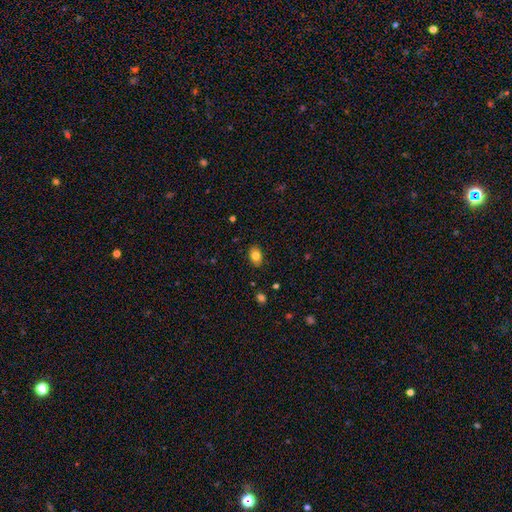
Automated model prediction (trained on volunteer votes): Morphology: type=smooth (82%); roundness=in between (81%); merging=none (87%).